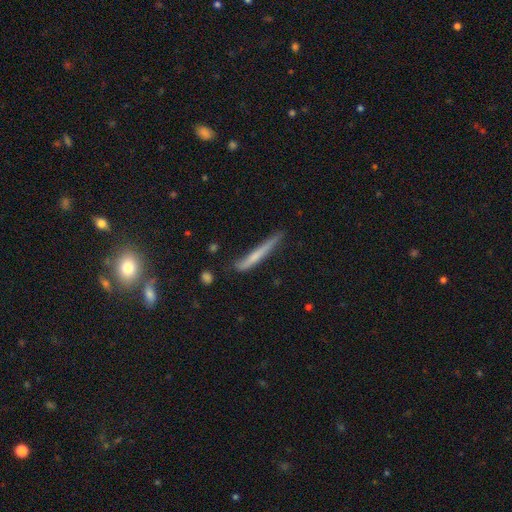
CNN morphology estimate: Q: Smooth or featured?
A: smooth (57%); runner-up: featured or disk (36%)
Q: How rounded?
A: cigar-shaped (96%); runner-up: in between (3%)
Q: Merging?
A: none (65%); runner-up: minor disturbance (25%)